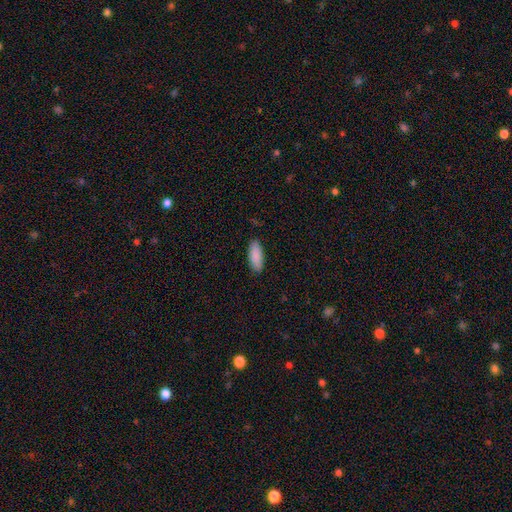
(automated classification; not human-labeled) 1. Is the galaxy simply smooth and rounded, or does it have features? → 90% smooth, 6% star or artifact, 5% featured or disk.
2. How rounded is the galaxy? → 76% in between, 23% cigar-shaped, 2% round.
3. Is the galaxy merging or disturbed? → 88% none, 9% minor disturbance, 2% major disturbance, 1% merger.